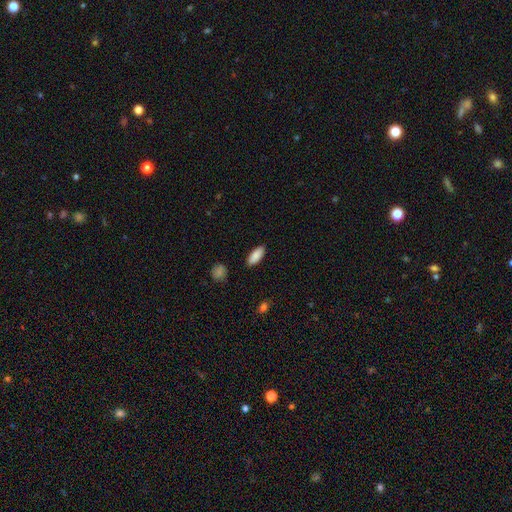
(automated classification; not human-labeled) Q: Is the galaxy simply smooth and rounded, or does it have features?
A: smooth — 88%.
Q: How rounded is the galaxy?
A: in between — 81%.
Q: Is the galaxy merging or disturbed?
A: none — 88%.